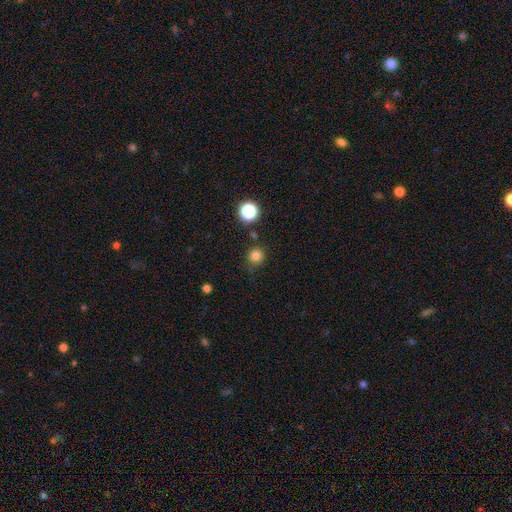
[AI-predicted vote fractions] This appears to be a smooth galaxy with no disk features (79%) that is round (91%). Merging: none (78%).